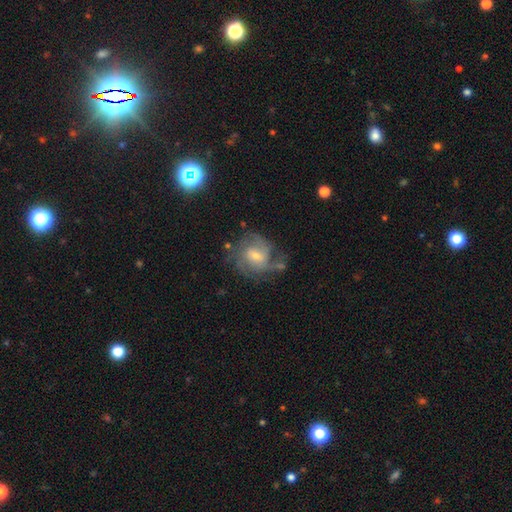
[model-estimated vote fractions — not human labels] This appears to be a featured or disk galaxy (76%) with a weak bar (48%), medium (44%) spiral arms (91%) and a small central bulge (49%). Merging: none (60%).